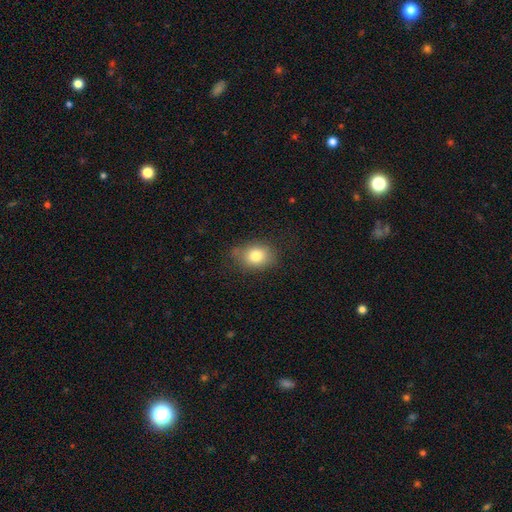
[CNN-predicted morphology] type=smooth (80%); roundness=in between (61%); merging=none (73%).